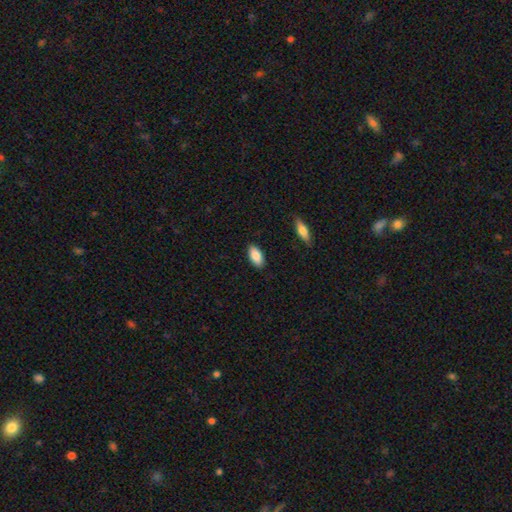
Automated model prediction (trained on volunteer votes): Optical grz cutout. It shows a smooth galaxy with no disk features (86%) that is in between round and cigar-shaped (91%). Merging: none (88%).